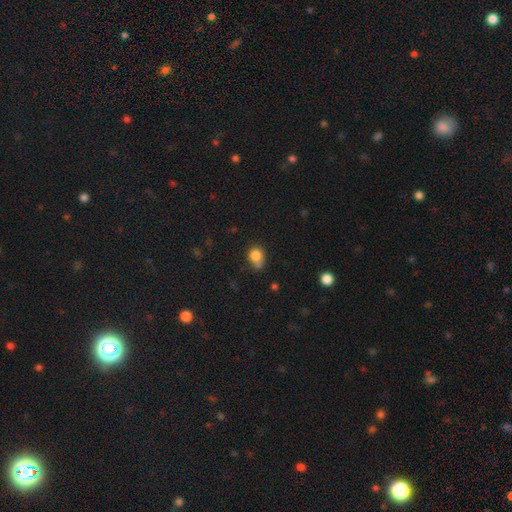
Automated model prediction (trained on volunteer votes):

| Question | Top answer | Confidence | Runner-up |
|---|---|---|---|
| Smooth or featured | smooth | 82% | star or artifact (11%) |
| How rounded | round | 70% | in between (29%) |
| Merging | none | 50% | minor disturbance (26%) |